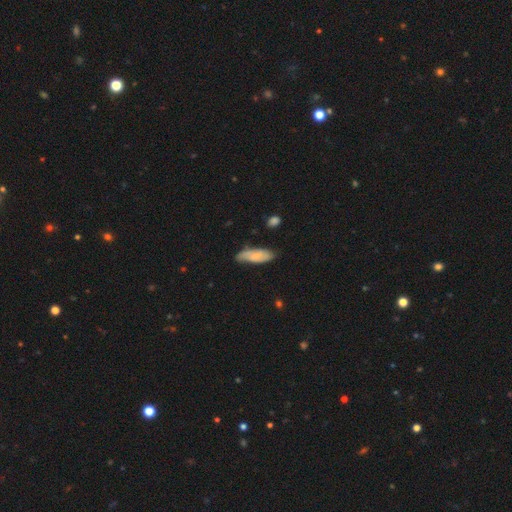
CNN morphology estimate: Overall: smooth (65%; featured or disk 29%). How rounded: in between (61%; cigar-shaped 37%). Merging: none (67%).